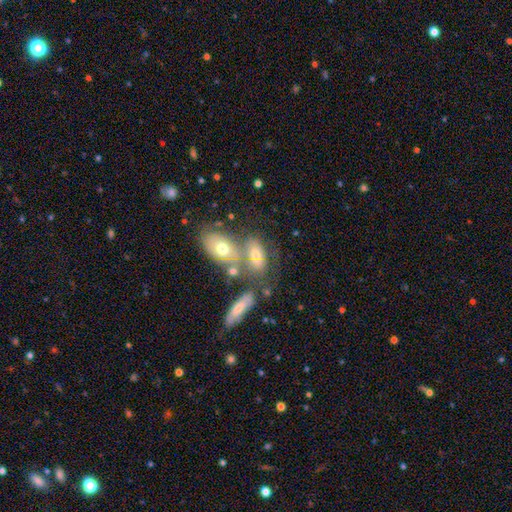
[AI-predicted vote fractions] A smooth galaxy with no disk features (53%) that is in between round and cigar-shaped (82%).

Vote fractions:
- Smooth or featured? smooth: 53% / featured or disk: 33% / star or artifact: 13%
- How rounded? in between: 82% / round: 11% / cigar-shaped: 7%
- Merging? merger: 43% / none: 33% / minor disturbance: 15% / major disturbance: 10%